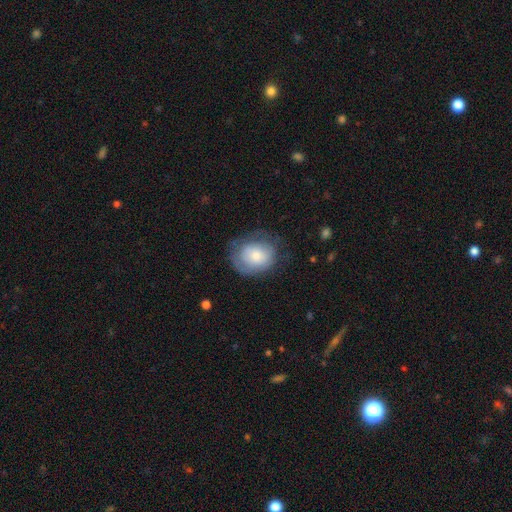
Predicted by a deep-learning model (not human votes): A smooth galaxy with no disk features (67%) that is round (62%).

Vote fractions:
- Smooth or featured? smooth: 67% / featured or disk: 26% / star or artifact: 7%
- How rounded? round: 62% / in between: 37% / cigar-shaped: 1%
- Merging? none: 57% / minor disturbance: 27% / major disturbance: 15% / merger: 1%